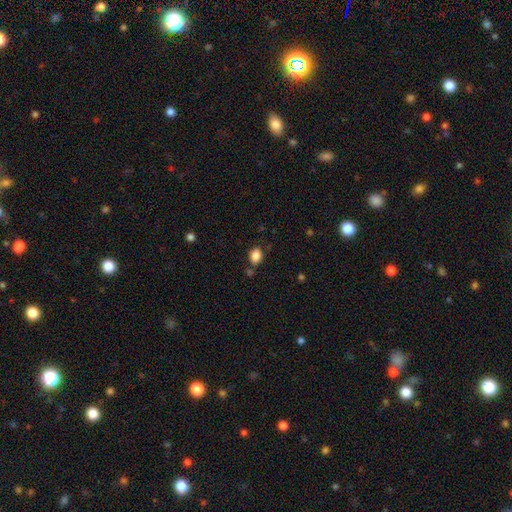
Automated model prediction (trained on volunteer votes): Smooth or featured? Predicted: smooth (p=0.85). How rounded? Predicted: in between (p=0.66). Merging? Predicted: none (p=0.76).